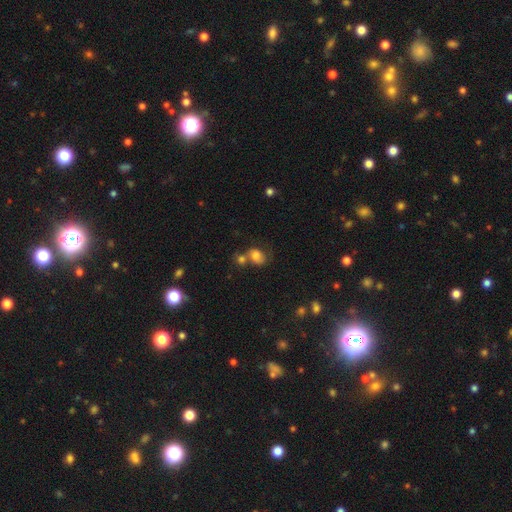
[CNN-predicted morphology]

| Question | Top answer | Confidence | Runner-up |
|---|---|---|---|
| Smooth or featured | smooth | 71% | featured or disk (17%) |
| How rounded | in between | 52% | round (47%) |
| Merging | merger | 39% | none (34%) |